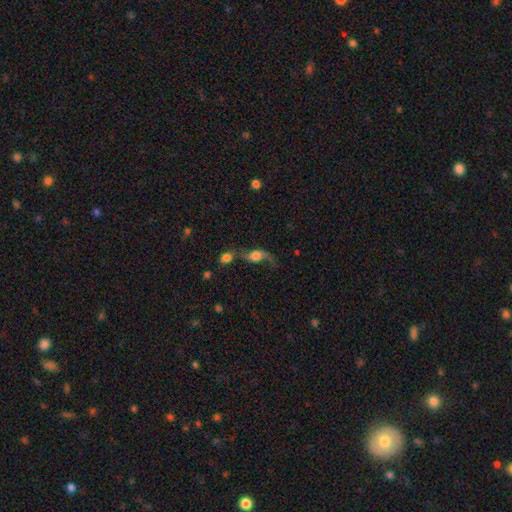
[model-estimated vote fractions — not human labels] The model was most divided on "merging": none: 33%, merger: 28%, major disturbance: 23%, minor disturbance: 16%. More confident: edge-on disk — no (85%); smooth or featured — featured or disk (57%).